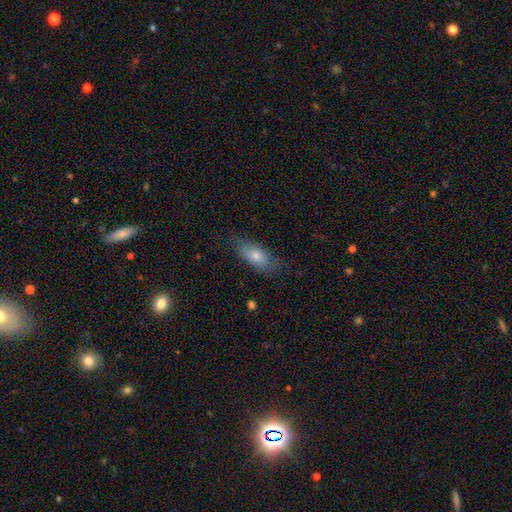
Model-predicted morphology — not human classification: A smooth galaxy with no disk features (68%) that is in between round and cigar-shaped (77%).

Vote fractions:
- Smooth or featured? smooth: 68% / featured or disk: 23% / star or artifact: 9%
- How rounded? in between: 77% / cigar-shaped: 20% / round: 4%
- Merging? none: 73% / minor disturbance: 20% / major disturbance: 6% / merger: 1%